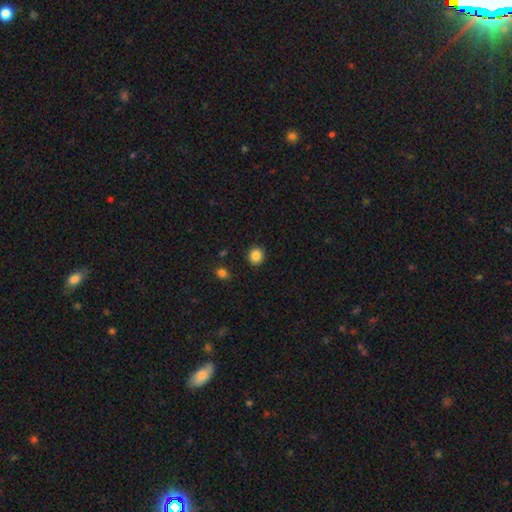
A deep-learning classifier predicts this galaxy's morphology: A smooth galaxy with no disk features (86%) that is round (88%).

Vote fractions:
- Smooth or featured? smooth: 86% / star or artifact: 10% / featured or disk: 4%
- How rounded? round: 88% / in between: 11% / cigar-shaped: 1%
- Merging? none: 90% / minor disturbance: 6% / major disturbance: 2% / merger: 1%